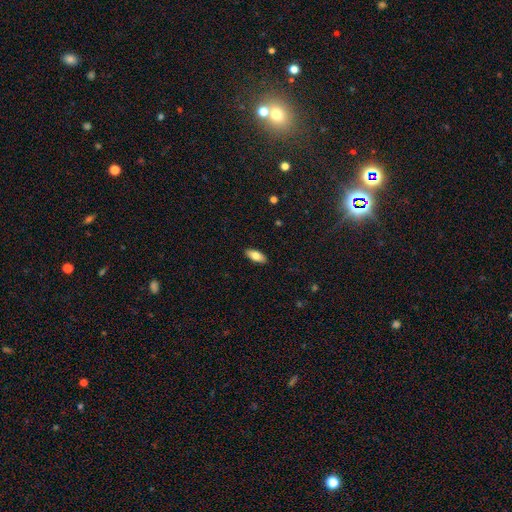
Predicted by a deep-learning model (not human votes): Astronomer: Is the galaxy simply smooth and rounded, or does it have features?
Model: smooth — 79%.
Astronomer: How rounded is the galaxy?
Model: in between — 85%.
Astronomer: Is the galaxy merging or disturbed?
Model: none — 90%.